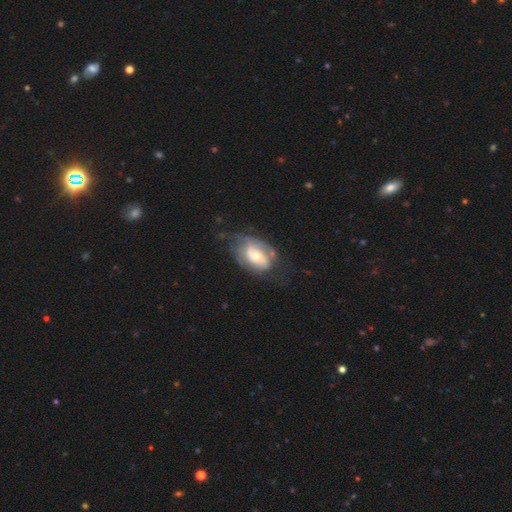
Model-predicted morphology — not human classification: A featured or disk galaxy (70%) with no bar (57%), 2 (46%) tight (40%) spiral arms (82%) and a moderate central bulge (45%).

Vote fractions:
- Smooth or featured? featured or disk: 70% / smooth: 24% / star or artifact: 6%
- Edge-on disk? no: 96% / yes: 4%
- Bar? no: 57% / weak: 34% / strong: 9%
- Spiral arms? yes: 82% / no: 18%
- Spiral winding? tight: 40% / medium: 39% / loose: 21%
- Spiral arm count? 2: 46% / can't tell: 32% / 1: 10% / 3: 7% / 4: 2% / more than 4: 2%
- Bulge size? moderate: 45% / small: 44% / large: 7% / none: 2% / dominant: 1%
- Merging? none: 45% / minor disturbance: 27% / major disturbance: 25% / merger: 3%